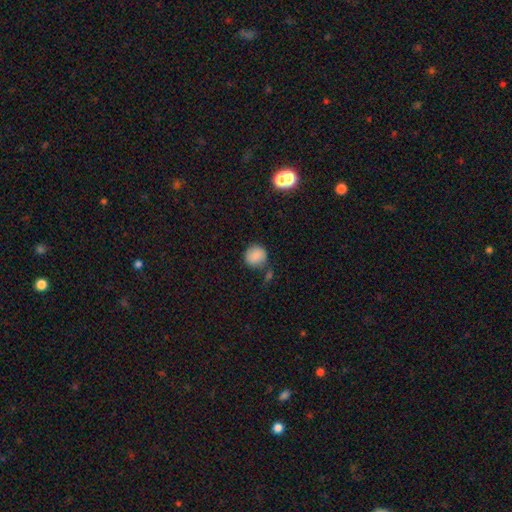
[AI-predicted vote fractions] Morphology: type=smooth (86%); roundness=round (88%); merging=none (72%).